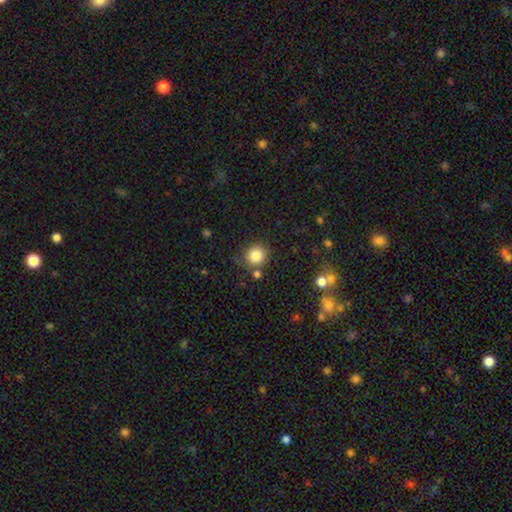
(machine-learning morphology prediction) smooth 84%, star or artifact 11%, featured or disk 5%. Down the decision tree: how rounded — round (89%); merging — none (79%).